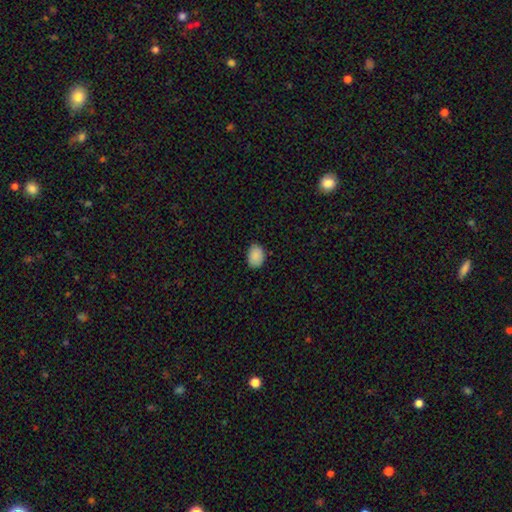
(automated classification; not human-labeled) smooth-or-featured: smooth: 89% | star or artifact: 8% | featured or disk: 3%
  how-rounded: in between: 77% | round: 22% | cigar-shaped: 1%
  merging: none: 82% | minor disturbance: 15% | major disturbance: 2% | merger: 1%